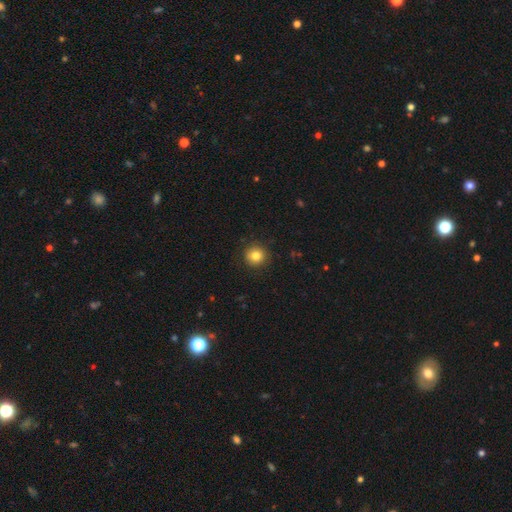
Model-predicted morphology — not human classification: A smooth galaxy with no disk features (83%) that is round (94%). Merging: none (91%).